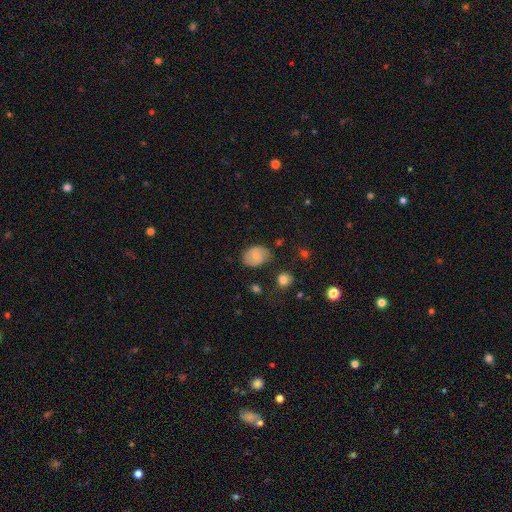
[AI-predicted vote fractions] Smooth or featured?
  - smooth: 68% *
  - featured or disk: 24%
  - star or artifact: 8%
How rounded?
  - in between: 73% *
  - round: 26%
  - cigar-shaped: 1%
Merging?
  - none: 71% *
  - minor disturbance: 21%
  - major disturbance: 5%
  - merger: 3%